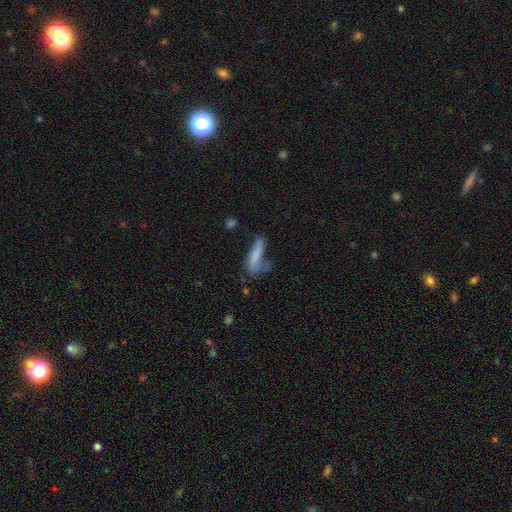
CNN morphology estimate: Smooth or featured?
  - smooth: 73% *
  - featured or disk: 19%
  - star or artifact: 8%
How rounded?
  - cigar-shaped: 73% *
  - in between: 25%
  - round: 2%
Merging?
  - none: 46% *
  - minor disturbance: 26%
  - major disturbance: 15%
  - merger: 13%